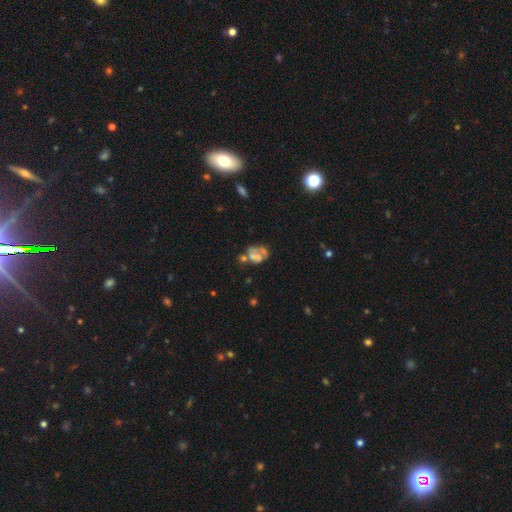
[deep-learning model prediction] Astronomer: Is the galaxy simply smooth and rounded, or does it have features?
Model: featured or disk — 48% (runner-up: smooth, 39%).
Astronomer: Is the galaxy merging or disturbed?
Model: none — 28% (runner-up: major disturbance, 26%).